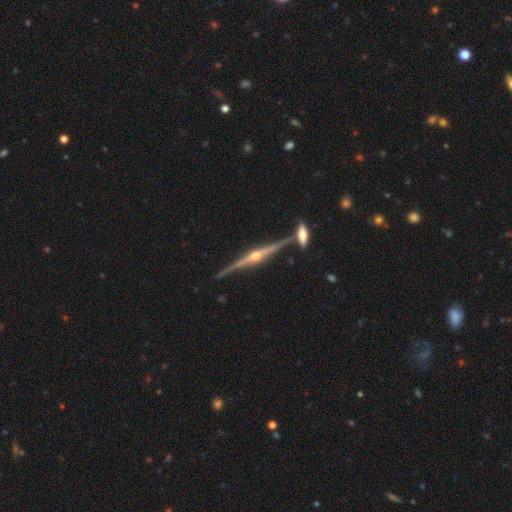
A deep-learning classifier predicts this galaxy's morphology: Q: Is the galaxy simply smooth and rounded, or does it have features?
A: featured or disk — 90%.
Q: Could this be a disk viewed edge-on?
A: yes — 98%.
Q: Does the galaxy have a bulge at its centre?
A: rounded — 92%.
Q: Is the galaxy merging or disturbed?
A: none — 83%.